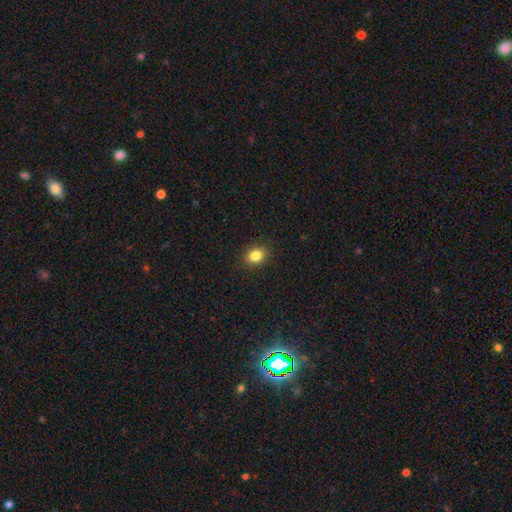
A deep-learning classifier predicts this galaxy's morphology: smooth_or_featured: smooth (p=0.84) [alt: star or artifact p=0.11]
how_rounded: in between (p=0.61) [alt: round p=0.38]
merging: none (p=0.88) [alt: minor disturbance p=0.08]